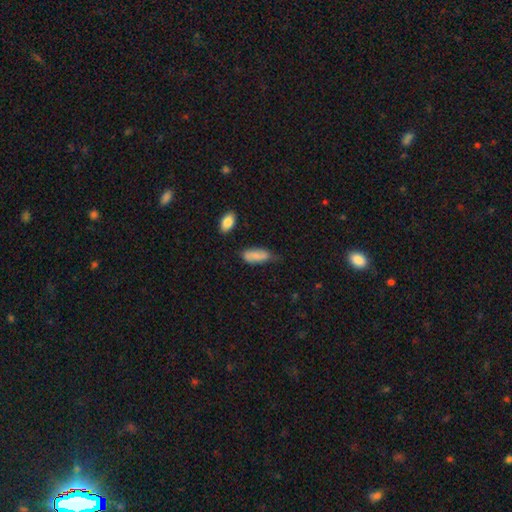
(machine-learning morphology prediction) A smooth galaxy with no disk features (79%) that is in between round and cigar-shaped (80%).

Vote fractions:
- Smooth or featured? smooth: 79% / featured or disk: 14% / star or artifact: 7%
- How rounded? in between: 80% / cigar-shaped: 17% / round: 2%
- Merging? none: 46% / minor disturbance: 40% / major disturbance: 10% / merger: 4%